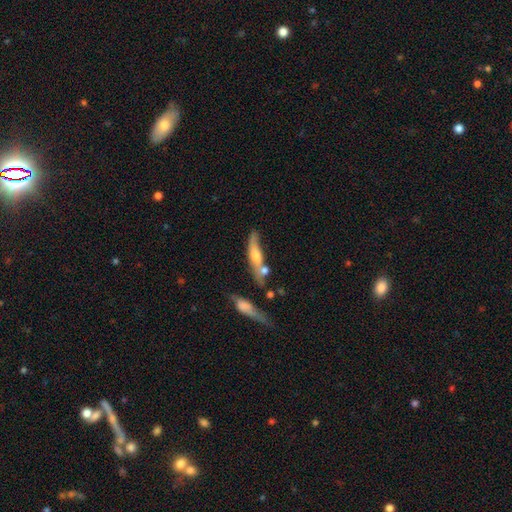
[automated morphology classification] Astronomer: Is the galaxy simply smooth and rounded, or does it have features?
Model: featured or disk — 51% (runner-up: smooth, 41%).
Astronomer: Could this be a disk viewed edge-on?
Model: yes — 70%.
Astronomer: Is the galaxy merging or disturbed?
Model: none — 36% (runner-up: merger, 33%).